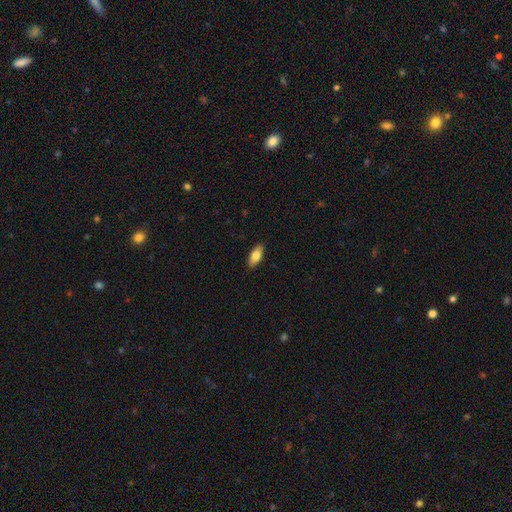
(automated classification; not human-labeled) Smooth or featured?
  - smooth: 79% *
  - featured or disk: 14%
  - star or artifact: 6%
How rounded?
  - in between: 82% *
  - cigar-shaped: 15%
  - round: 2%
Merging?
  - none: 89% *
  - minor disturbance: 9%
  - major disturbance: 2%
  - merger: 1%